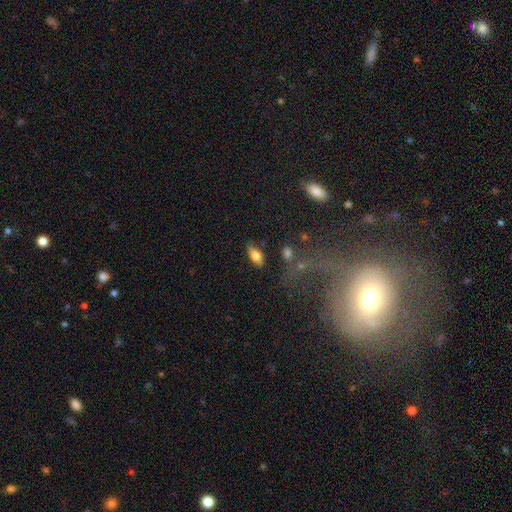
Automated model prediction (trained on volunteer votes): Smooth or featured?
  - smooth: 76% *
  - featured or disk: 17%
  - star or artifact: 7%
How rounded?
  - in between: 86% *
  - cigar-shaped: 11%
  - round: 3%
Merging?
  - none: 81% *
  - minor disturbance: 13%
  - major disturbance: 3%
  - merger: 3%